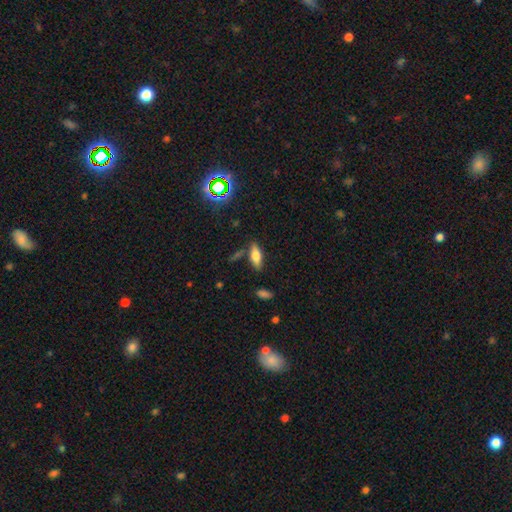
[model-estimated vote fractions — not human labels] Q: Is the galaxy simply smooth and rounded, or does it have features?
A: smooth — 63%.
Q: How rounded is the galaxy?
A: in between — 69%.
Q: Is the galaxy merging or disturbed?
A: none — 76%.